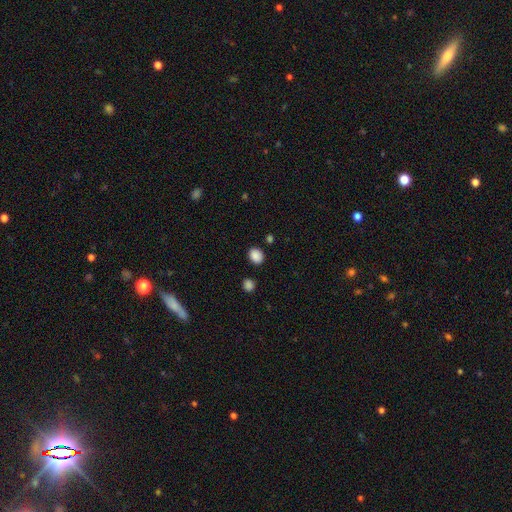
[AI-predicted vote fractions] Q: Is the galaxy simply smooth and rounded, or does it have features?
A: smooth — 87%.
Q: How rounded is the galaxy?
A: round — 51%.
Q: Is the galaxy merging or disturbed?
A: none — 85%.